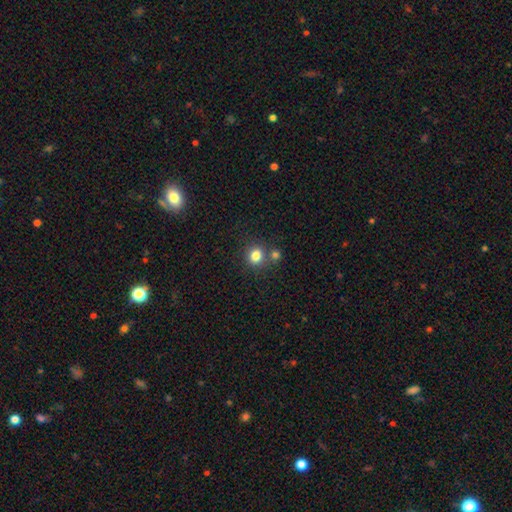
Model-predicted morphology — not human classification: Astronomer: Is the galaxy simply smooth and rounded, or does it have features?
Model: smooth — 81%.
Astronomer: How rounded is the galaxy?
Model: round — 81%.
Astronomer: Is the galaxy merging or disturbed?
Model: none — 69%.